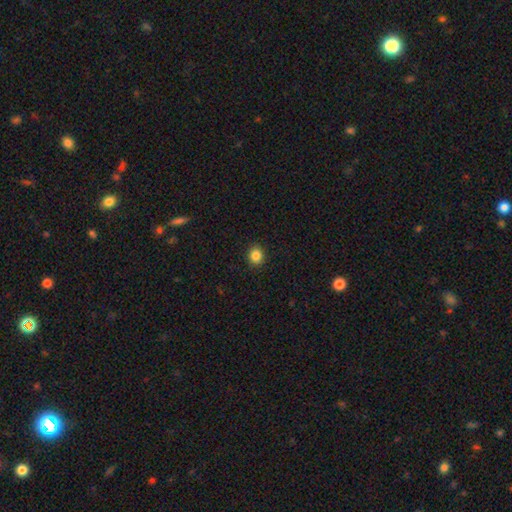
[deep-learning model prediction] A smooth galaxy with no disk features (85%) that is round (74%).

Vote fractions:
- Smooth or featured? smooth: 85% / star or artifact: 11% / featured or disk: 4%
- How rounded? round: 74% / in between: 25% / cigar-shaped: 1%
- Merging? none: 91% / minor disturbance: 7% / major disturbance: 2% / merger: 1%